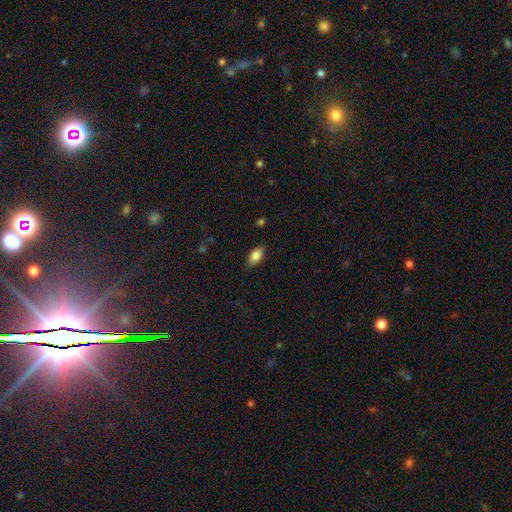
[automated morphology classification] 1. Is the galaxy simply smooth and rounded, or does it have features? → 83% smooth, 9% featured or disk, 7% star or artifact.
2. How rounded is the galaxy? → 90% in between, 5% cigar-shaped, 5% round.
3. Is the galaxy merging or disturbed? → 85% none, 11% minor disturbance, 2% major disturbance, 1% merger.